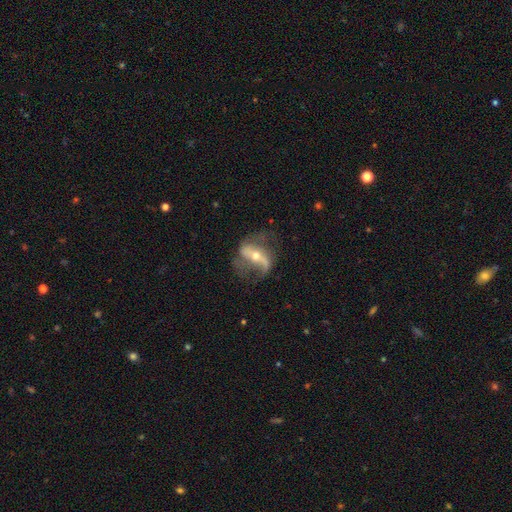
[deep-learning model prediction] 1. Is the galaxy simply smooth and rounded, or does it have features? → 83% featured or disk, 11% smooth, 7% star or artifact.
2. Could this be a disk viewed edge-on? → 92% no, 8% yes.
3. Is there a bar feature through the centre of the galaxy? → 54% strong, 25% weak, 21% no.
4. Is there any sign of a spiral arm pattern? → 90% yes, 10% no.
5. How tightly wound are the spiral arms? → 66% loose, 26% medium, 8% tight.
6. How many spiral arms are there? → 84% 2, 8% 1, 5% can't tell, 2% 3, 1% 4, 1% more than 4.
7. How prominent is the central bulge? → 52% moderate, 43% small, 2% large, 1% none, 1% dominant.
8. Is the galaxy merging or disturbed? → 60% none, 20% minor disturbance, 18% major disturbance, 3% merger.